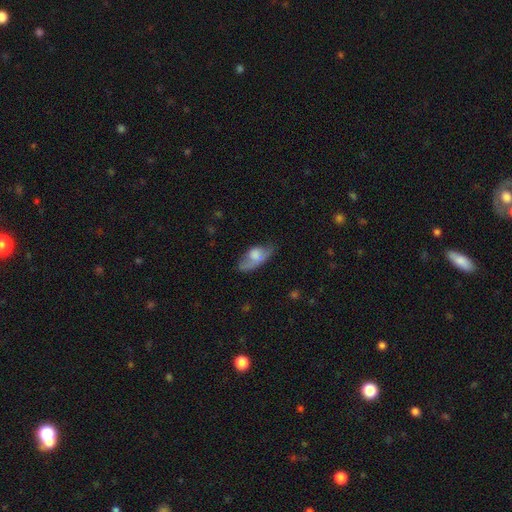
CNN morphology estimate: A smooth galaxy with no disk features (61%) that is in between round and cigar-shaped (88%).

Vote fractions:
- Smooth or featured? smooth: 61% / featured or disk: 30% / star or artifact: 9%
- How rounded? in between: 88% / cigar-shaped: 8% / round: 5%
- Merging? none: 41% / minor disturbance: 31% / major disturbance: 22% / merger: 6%